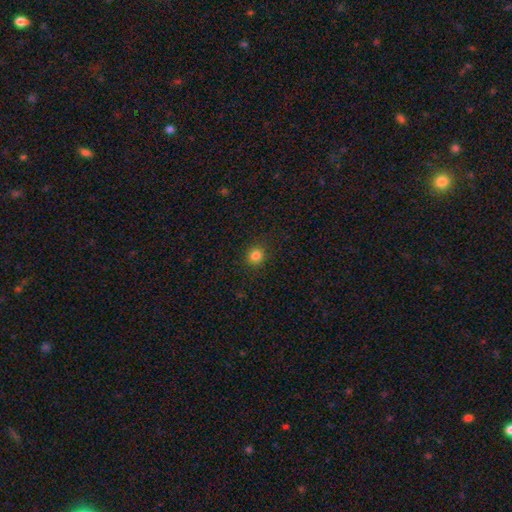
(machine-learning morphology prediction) type=smooth (83%); roundness=round (88%); merging=none (90%).